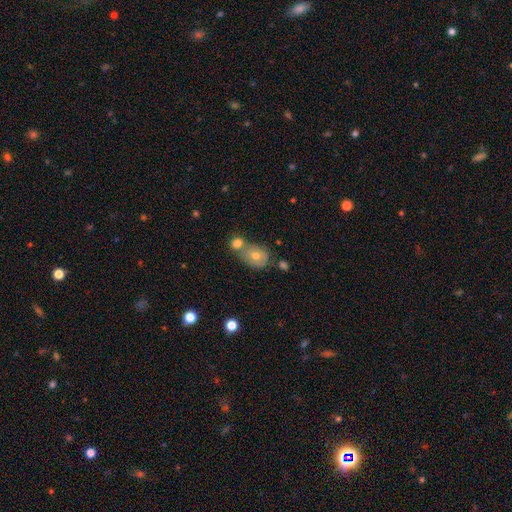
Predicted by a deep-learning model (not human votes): Smooth or featured? smooth (65%)
How rounded? round (50%)
Merging? merger (43%)